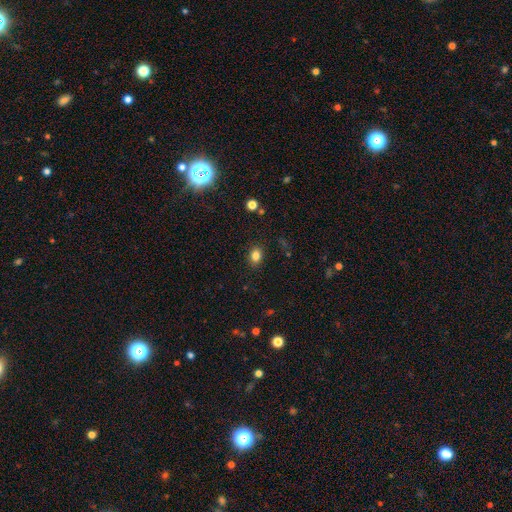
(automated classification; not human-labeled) Overall: smooth (83%). How rounded: in between (57%; round 42%). Merging: none (87%).